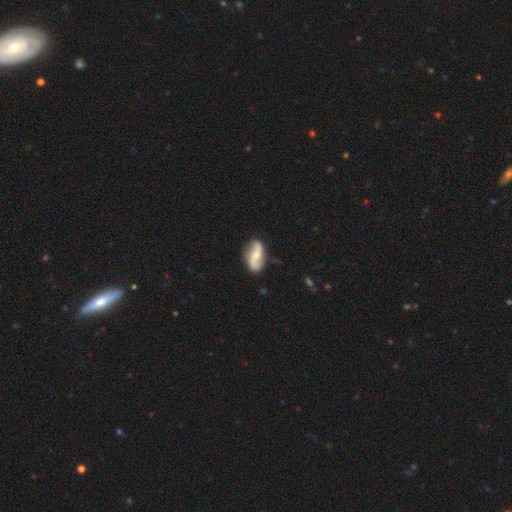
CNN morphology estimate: A featured or disk galaxy (72%) with no bar (51%), 2 (92%) loose (73%) spiral arms (92%) and a small central bulge (47%). Merging: none (78%).